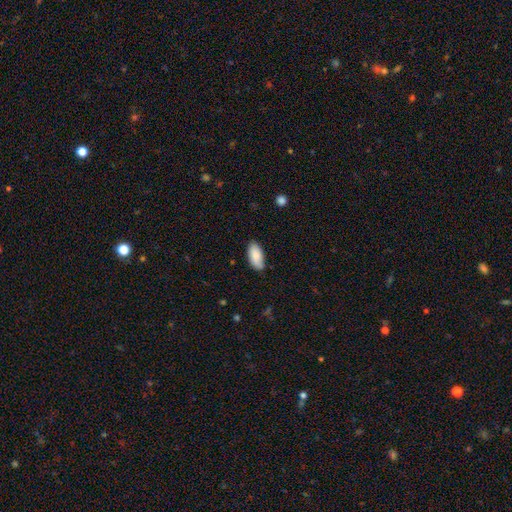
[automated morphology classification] A smooth galaxy with no disk features (87%) that is in between round and cigar-shaped (92%).

Vote fractions:
- Smooth or featured? smooth: 87% / featured or disk: 7% / star or artifact: 6%
- How rounded? in between: 92% / cigar-shaped: 7% / round: 2%
- Merging? none: 84% / minor disturbance: 13% / major disturbance: 2% / merger: 1%